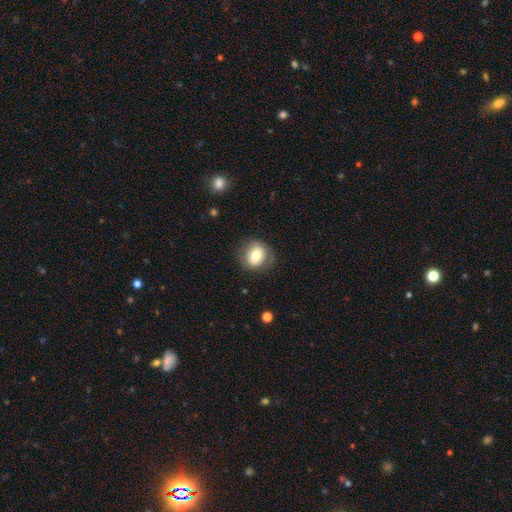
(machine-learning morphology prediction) Smooth or featured? smooth (71%)
How rounded? round (73%)
Merging? none (77%)